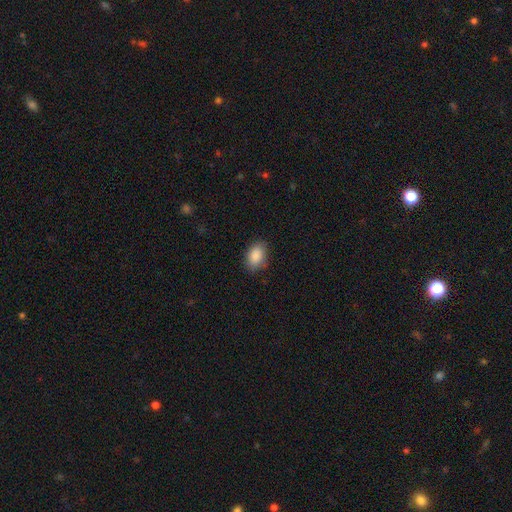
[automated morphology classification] Smooth or featured? Predicted: smooth (p=0.88). How rounded? Predicted: in between (p=0.86). Merging? Predicted: none (p=0.82).